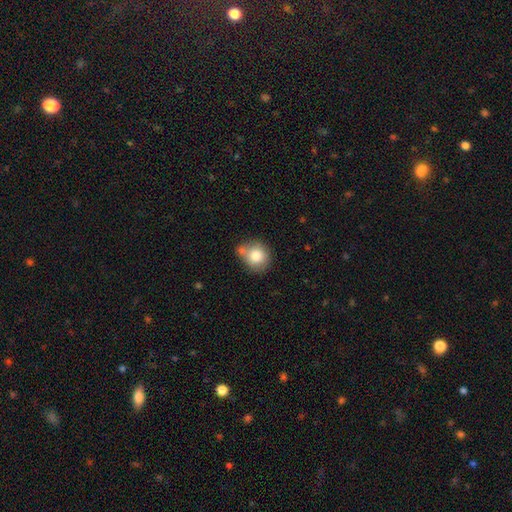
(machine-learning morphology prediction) Overall: smooth (81%). How rounded: round (76%). Merging: none (51%; minor disturbance 24%).